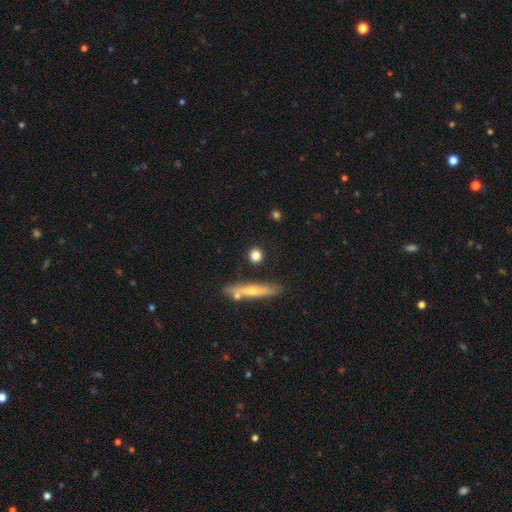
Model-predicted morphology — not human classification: This is likely a smooth galaxy (79%). How rounded: likely round (74%). Merging: clearly none (83%).